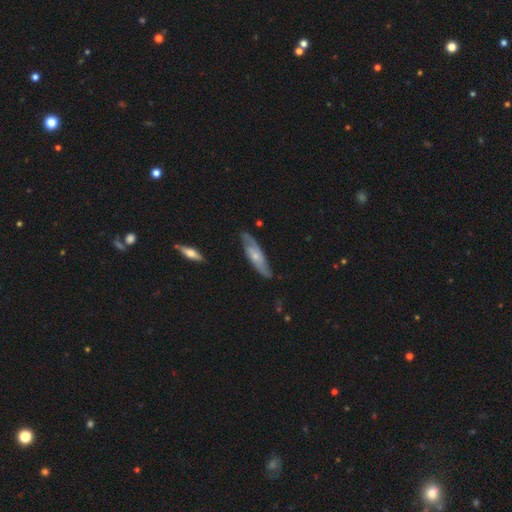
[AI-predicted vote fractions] Morphology: type=featured or disk (66%); edge-on=no (76%); bar=no (70%); spiral arms=yes (88%); bulge=small (65%); merging=none (74%).